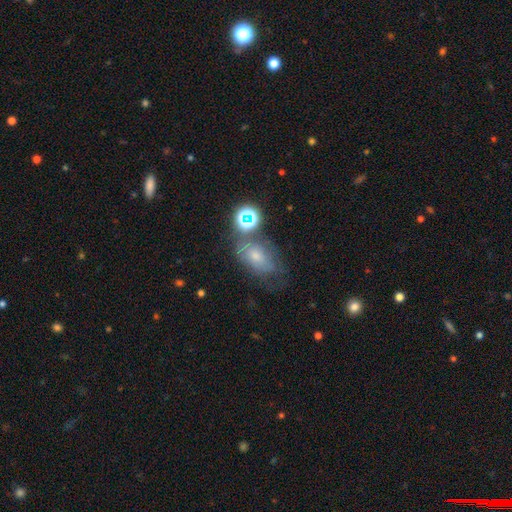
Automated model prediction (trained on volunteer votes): Smooth or featured?
  - smooth: 47% *
  - featured or disk: 32%
  - star or artifact: 22%
Merging?
  - none: 44% *
  - minor disturbance: 26%
  - major disturbance: 18%
  - merger: 12%